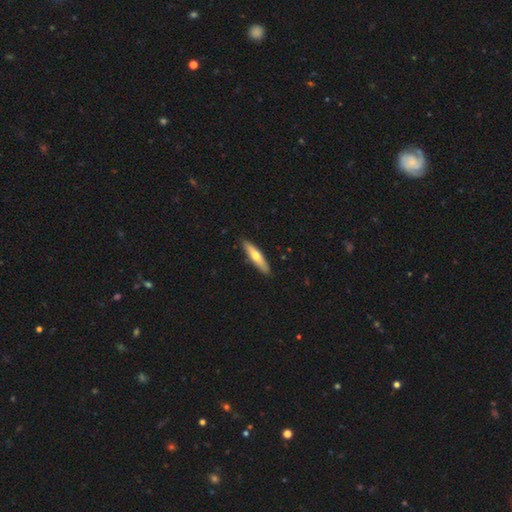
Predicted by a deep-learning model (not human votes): Smooth or featured? smooth (57%)
How rounded? cigar-shaped (79%)
Merging? none (90%)